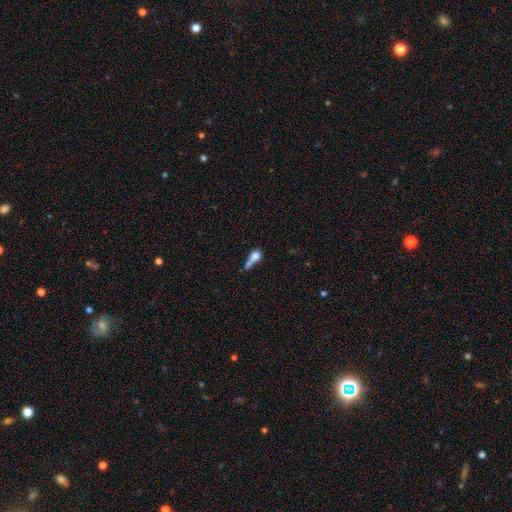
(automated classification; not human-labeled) smooth_or_featured: smooth (p=0.65) [alt: featured or disk p=0.23]
how_rounded: in between (p=0.50) [alt: round p=0.30]
merging: merger (p=0.33) [alt: major disturbance p=0.25]